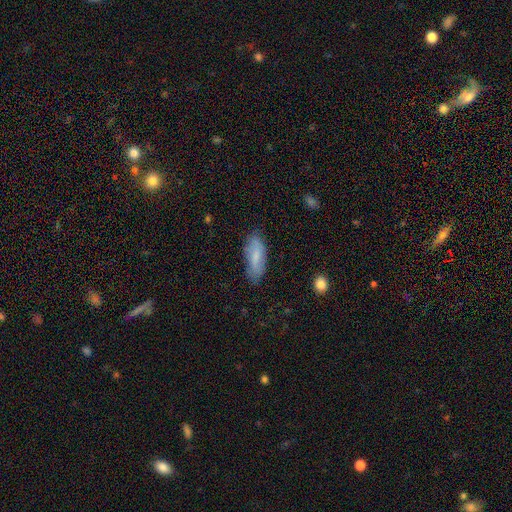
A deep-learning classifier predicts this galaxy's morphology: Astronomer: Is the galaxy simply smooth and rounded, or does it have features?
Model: smooth — 71%.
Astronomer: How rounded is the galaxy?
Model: in between — 73%.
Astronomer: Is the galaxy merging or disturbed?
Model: none — 79%.